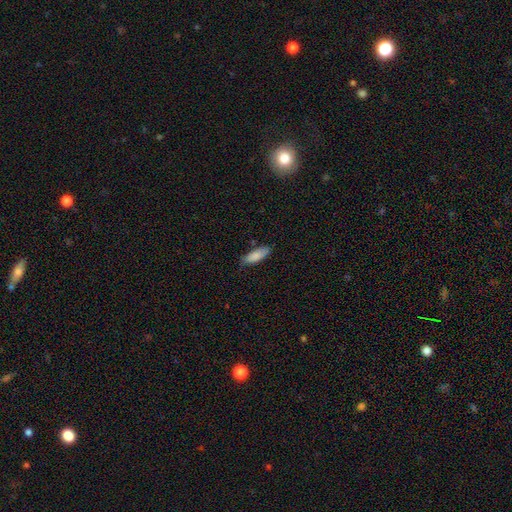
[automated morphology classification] The model was most divided on "how rounded": in between: 59%, cigar-shaped: 39%, round: 2%. More confident: smooth or featured — smooth (84%); merging — none (76%).